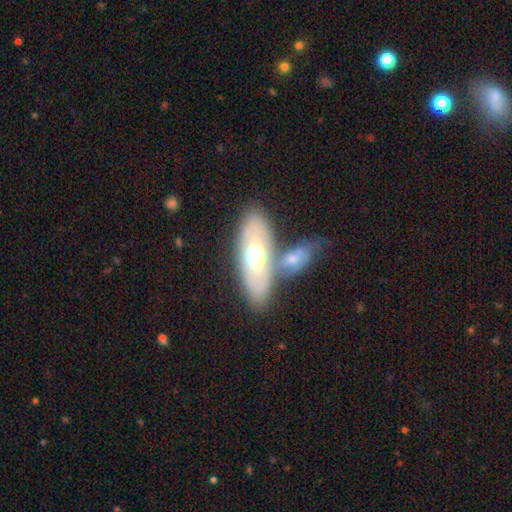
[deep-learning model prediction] The model was most divided on "merging": merger: 42%, none: 40%, minor disturbance: 12%, major disturbance: 6%. More confident: edge-on disk — no (69%); smooth or featured — featured or disk (52%).